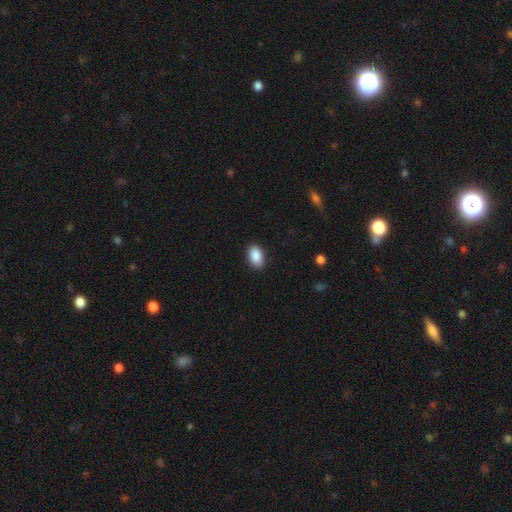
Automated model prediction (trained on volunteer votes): A smooth galaxy with no disk features (90%) that is in between round and cigar-shaped (92%). Merging: none (87%).